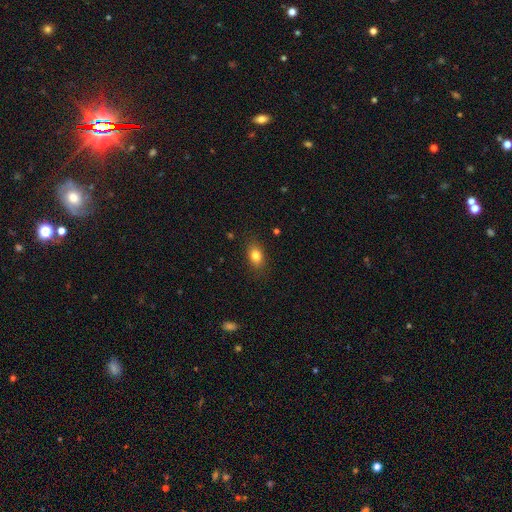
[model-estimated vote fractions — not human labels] This is clearly a smooth galaxy (82%). How rounded: clearly in between (81%). Merging: clearly none (85%).